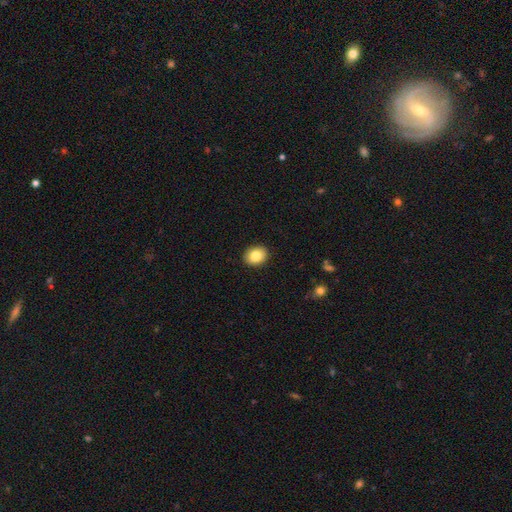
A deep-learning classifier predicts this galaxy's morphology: The model was most divided on "how rounded": round: 50%, in between: 49%, cigar-shaped: 1%. More confident: merging — none (91%); smooth or featured — smooth (83%).